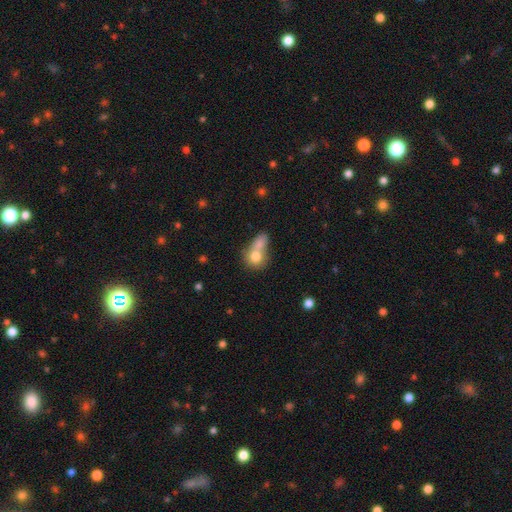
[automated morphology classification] smooth_or_featured: smooth (p=0.75) [alt: featured or disk p=0.16]
how_rounded: round (p=0.63) [alt: in between p=0.35]
merging: merger (p=0.63) [alt: none p=0.23]